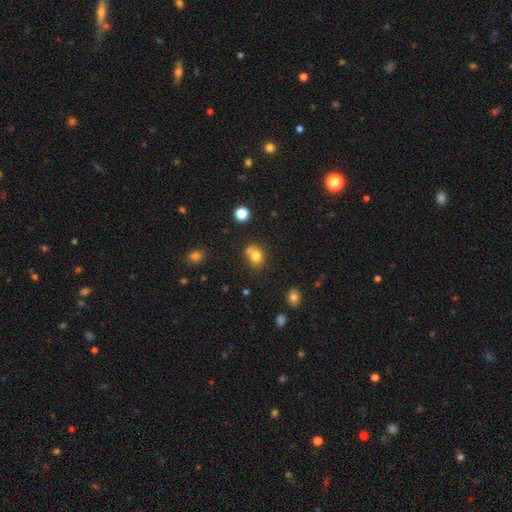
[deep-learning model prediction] A smooth galaxy with no disk features (76%) that is round (64%). Merging: none (50%).